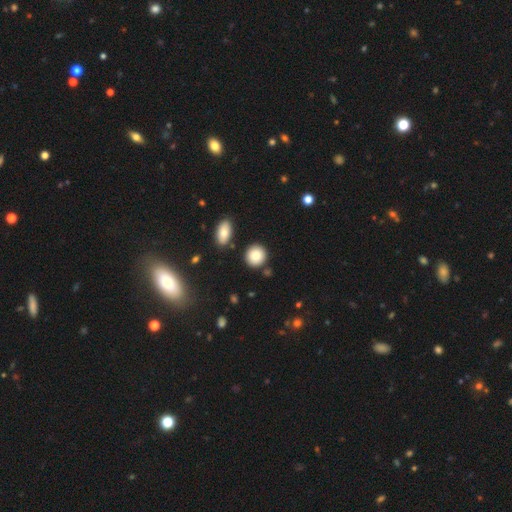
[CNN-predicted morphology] A smooth galaxy with no disk features (85%) that is round (87%).

Vote fractions:
- Smooth or featured? smooth: 85% / star or artifact: 8% / featured or disk: 6%
- How rounded? round: 87% / in between: 12% / cigar-shaped: 1%
- Merging? none: 85% / minor disturbance: 8% / merger: 5% / major disturbance: 2%